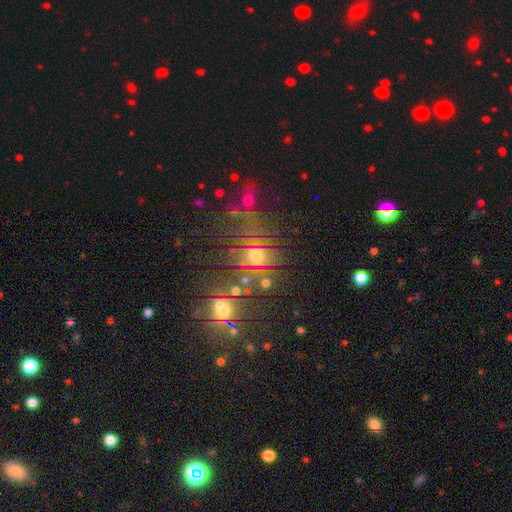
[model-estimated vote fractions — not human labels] smooth_or_featured: smooth (p=0.49) [alt: star or artifact p=0.34]
merging: none (p=0.56) [alt: merger p=0.18]